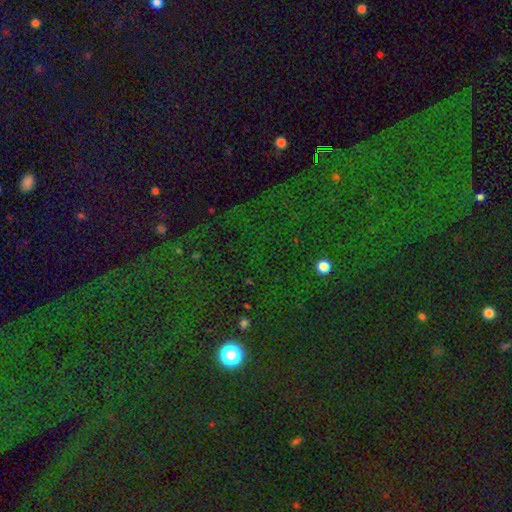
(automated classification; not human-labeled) Smooth or featured? Predicted: star or artifact (p=0.78).